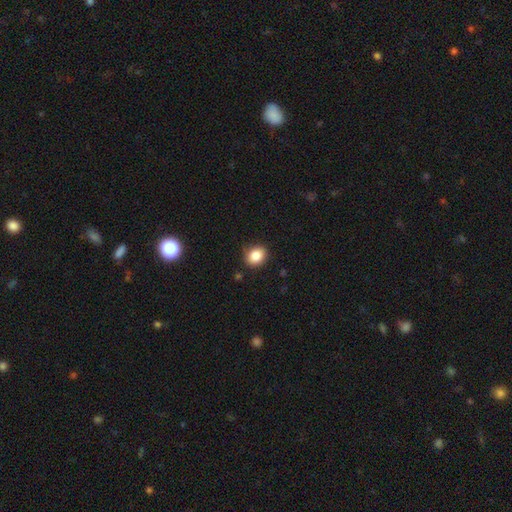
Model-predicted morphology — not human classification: Smooth or featured?
  - smooth: 85% *
  - star or artifact: 10%
  - featured or disk: 6%
How rounded?
  - round: 52% *
  - in between: 47%
  - cigar-shaped: 1%
Merging?
  - none: 84% *
  - minor disturbance: 12%
  - major disturbance: 2%
  - merger: 1%